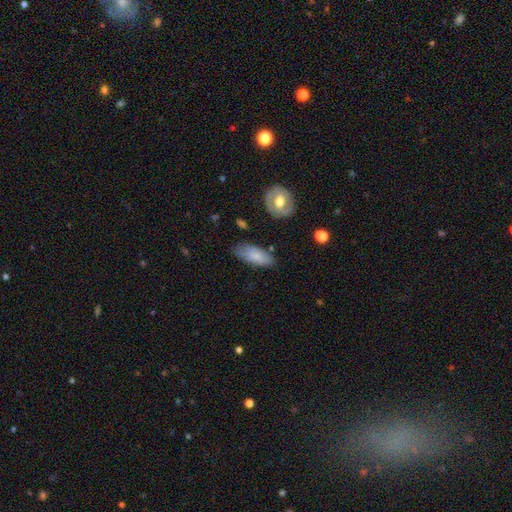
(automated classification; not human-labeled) A smooth galaxy with no disk features (75%) that is in between round and cigar-shaped (81%).

Vote fractions:
- Smooth or featured? smooth: 75% / featured or disk: 18% / star or artifact: 6%
- How rounded? in between: 81% / cigar-shaped: 17% / round: 3%
- Merging? none: 71% / minor disturbance: 21% / major disturbance: 5% / merger: 3%